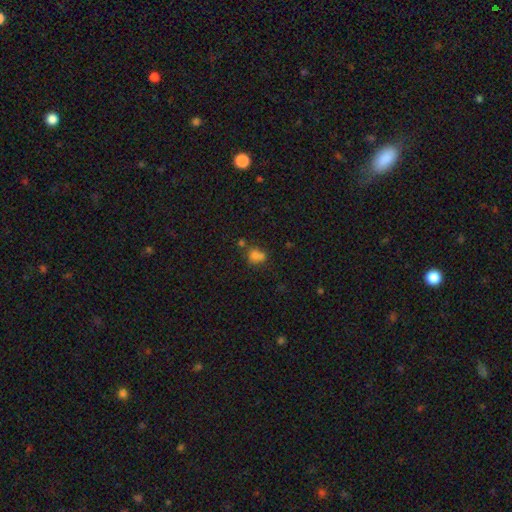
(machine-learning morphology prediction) Overall: smooth (70%). How rounded: round (66%; in between 33%). Merging: merger (42%; none 40%).